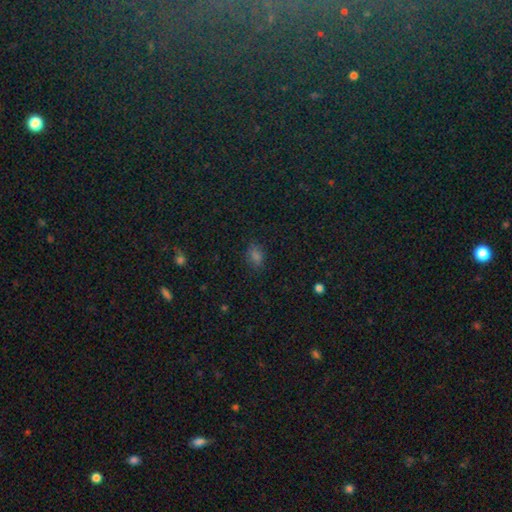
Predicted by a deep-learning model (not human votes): A smooth galaxy with no disk features (67%) that is in between round and cigar-shaped (74%).

Vote fractions:
- Smooth or featured? smooth: 67% / star or artifact: 27% / featured or disk: 6%
- How rounded? in between: 74% / round: 24% / cigar-shaped: 3%
- Merging? none: 82% / minor disturbance: 13% / major disturbance: 3% / merger: 2%